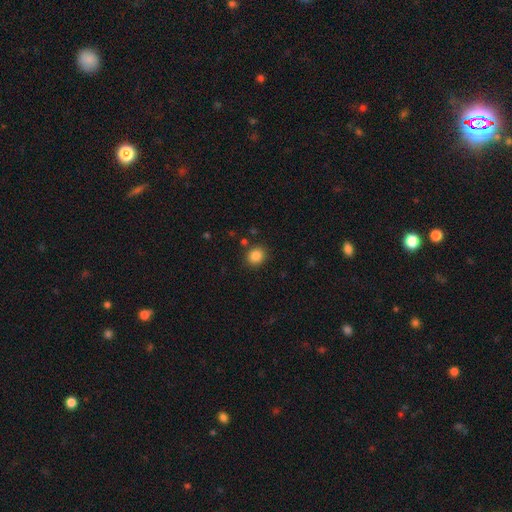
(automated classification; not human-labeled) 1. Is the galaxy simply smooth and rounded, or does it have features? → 86% smooth, 10% star or artifact, 4% featured or disk.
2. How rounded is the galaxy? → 72% round, 27% in between, 1% cigar-shaped.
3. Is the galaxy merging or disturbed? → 87% none, 8% minor disturbance, 3% major disturbance, 3% merger.